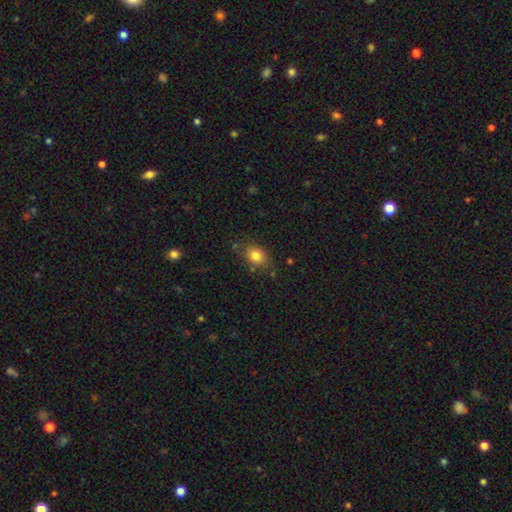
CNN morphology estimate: Smooth or featured? Predicted: smooth (p=0.80). How rounded? Predicted: in between (p=0.57). Merging? Predicted: none (p=0.73).